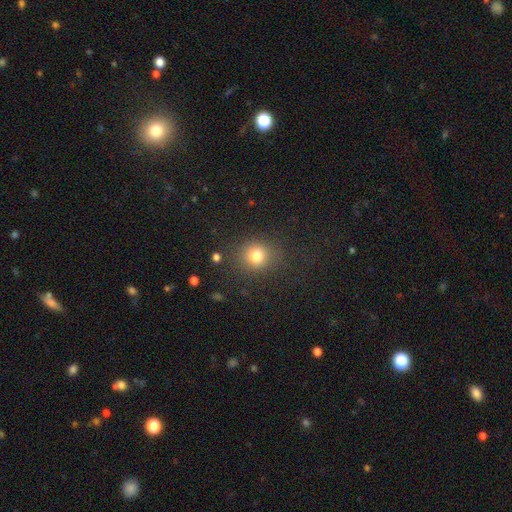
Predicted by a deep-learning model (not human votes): smooth-or-featured: smooth: 78% | star or artifact: 14% | featured or disk: 7%
  how-rounded: round: 78% | in between: 21% | cigar-shaped: 1%
  merging: none: 83% | minor disturbance: 10% | major disturbance: 5% | merger: 2%